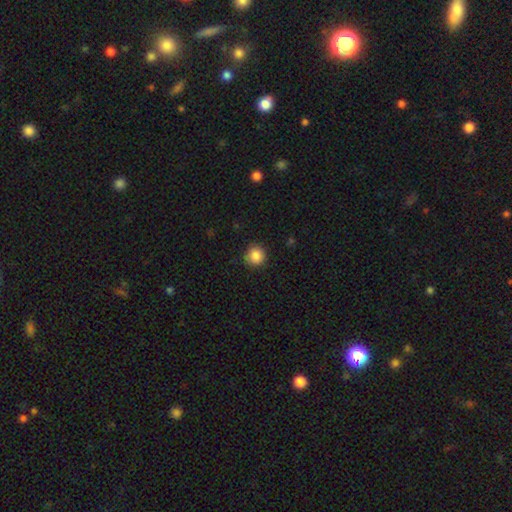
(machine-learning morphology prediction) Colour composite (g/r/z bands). It shows a smooth galaxy with no disk features (86%) that is round (93%). Merging: none (89%).